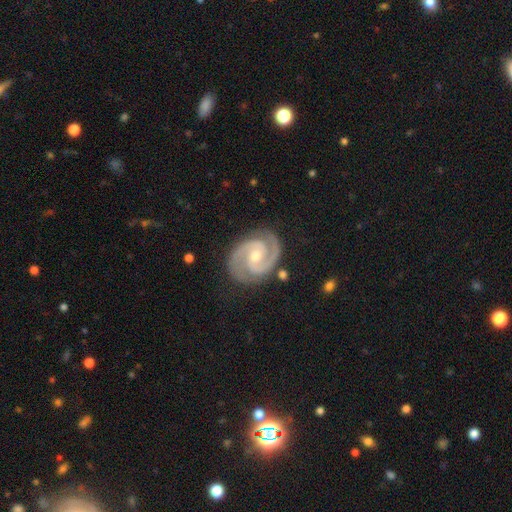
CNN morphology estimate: A featured or disk galaxy (93%) with no bar (48%), 2 (94%) tight (50%) spiral arms (99%) and a moderate central bulge (52%).

Vote fractions:
- Smooth or featured? featured or disk: 93% / star or artifact: 4% / smooth: 3%
- Edge-on disk? no: 98% / yes: 2%
- Bar? no: 48% / weak: 37% / strong: 15%
- Spiral arms? yes: 99% / no: 1%
- Spiral winding? tight: 50% / medium: 45% / loose: 4%
- Spiral arm count? 2: 94% / 3: 2% / can't tell: 1% / 1: 1% / 4: 1% / more than 4: 1%
- Bulge size? moderate: 52% / small: 44% / large: 1% / none: 1% / dominant: 1%
- Merging? none: 85% / minor disturbance: 11% / major disturbance: 2% / merger: 2%